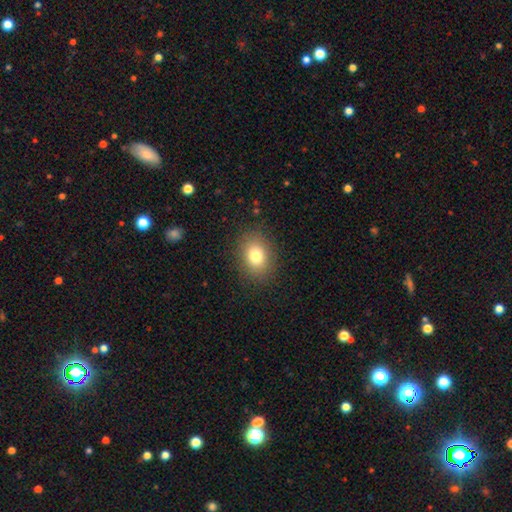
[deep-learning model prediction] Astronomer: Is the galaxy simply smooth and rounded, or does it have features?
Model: smooth — 79%.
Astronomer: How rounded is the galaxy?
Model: in between — 57% (runner-up: round, 42%).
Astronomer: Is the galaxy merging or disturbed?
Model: none — 87%.